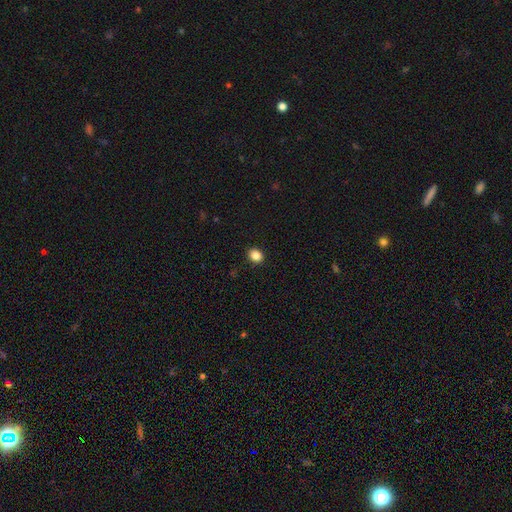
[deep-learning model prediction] Morphology: type=smooth (86%); roundness=round (61%); merging=none (91%).